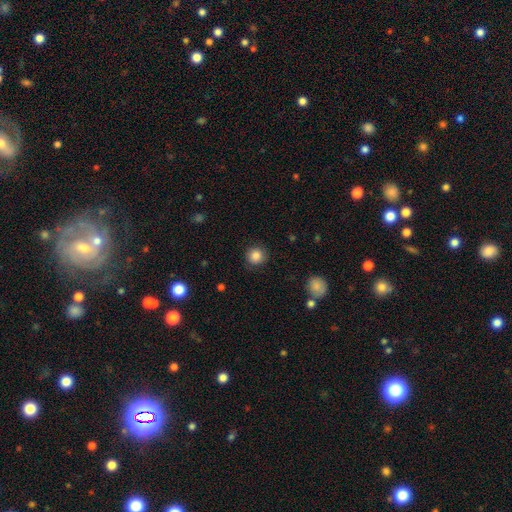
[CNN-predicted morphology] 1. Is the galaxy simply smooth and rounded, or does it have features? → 86% smooth, 10% star or artifact, 5% featured or disk.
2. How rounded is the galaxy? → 92% round, 7% in between, 1% cigar-shaped.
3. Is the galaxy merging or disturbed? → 88% none, 9% minor disturbance, 3% major disturbance, 1% merger.